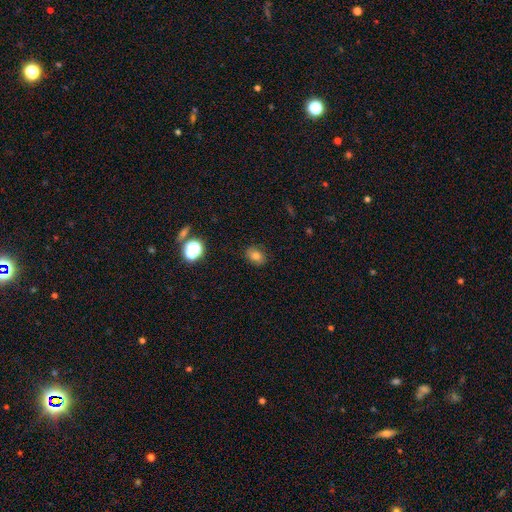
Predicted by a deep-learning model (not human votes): Overall: smooth (77%). How rounded: in between (68%; round 31%). Merging: none (86%).